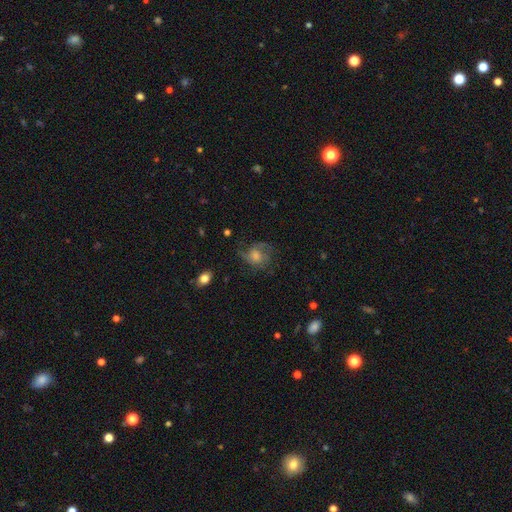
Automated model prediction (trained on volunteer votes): A featured or disk galaxy (66%) with no bar (71%), 2 (36%) medium (49%) spiral arms (91%) and a moderate central bulge (48%). Merging: none (63%).